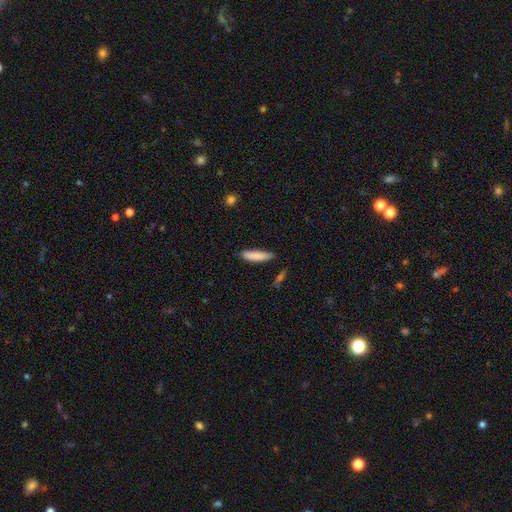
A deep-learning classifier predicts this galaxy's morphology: A smooth galaxy with no disk features (85%) that is cigar-shaped (74%).

Vote fractions:
- Smooth or featured? smooth: 85% / featured or disk: 9% / star or artifact: 6%
- How rounded? cigar-shaped: 74% / in between: 24% / round: 1%
- Merging? none: 83% / minor disturbance: 13% / major disturbance: 2% / merger: 2%